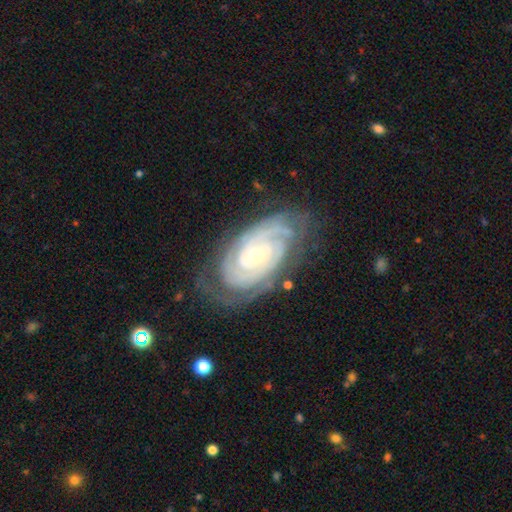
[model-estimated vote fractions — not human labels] This is clearly a featured or disk galaxy (91%). It is clearly not viewed edge-on (96%). Bar: possibly no (58%). Spiral arm pattern: clearly yes (98%). Spiral arm count: marginally 2 (32%). Spiral winding: clearly tight (83%). Central bulge: likely small (67%). Merging: likely none (75%).